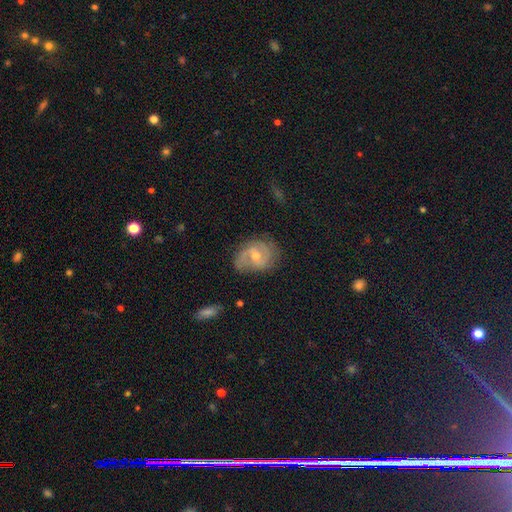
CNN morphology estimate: This appears to be a featured or disk galaxy (78%) with a weak bar (51%), 2 (72%) medium (47%) spiral arms (92%) and a moderate central bulge (53%). Merging: none (70%).